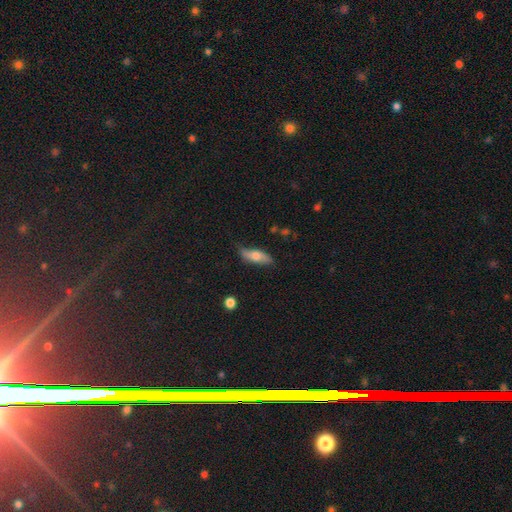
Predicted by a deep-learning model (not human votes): Smooth or featured? Predicted: smooth (p=0.56). How rounded? Predicted: in between (p=0.57). Merging? Predicted: none (p=0.70).